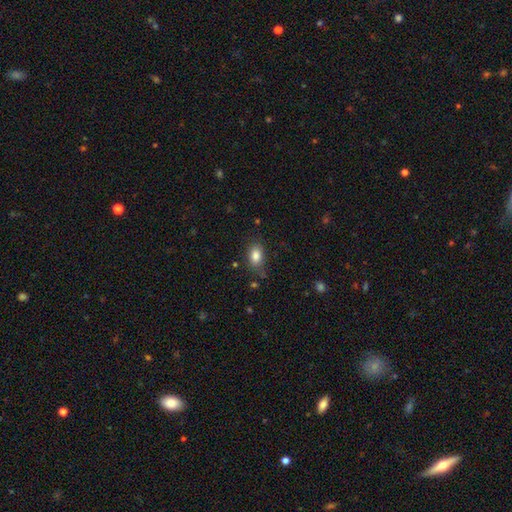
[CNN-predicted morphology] Overall: smooth (84%). How rounded: in between (83%). Merging: none (74%).